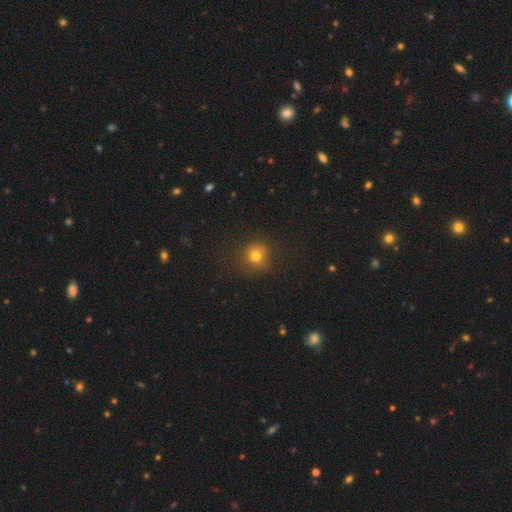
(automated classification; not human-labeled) smooth-or-featured: smooth: 77% | star or artifact: 16% | featured or disk: 7%
  how-rounded: round: 92% | in between: 7% | cigar-shaped: 1%
  merging: none: 85% | minor disturbance: 9% | major disturbance: 4% | merger: 1%